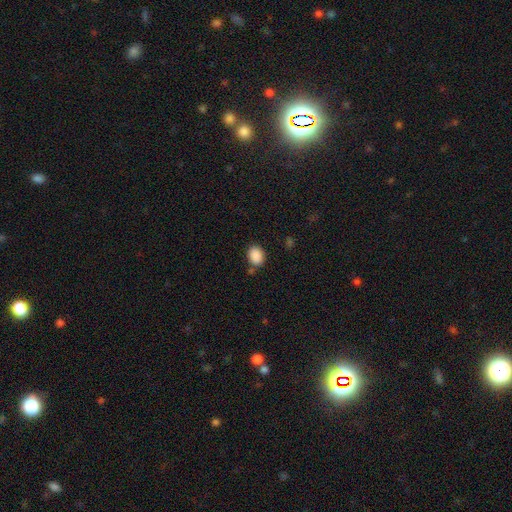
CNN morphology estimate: A smooth galaxy with no disk features (89%) that is in between round and cigar-shaped (63%).

Vote fractions:
- Smooth or featured? smooth: 89% / star or artifact: 8% / featured or disk: 3%
- How rounded? in between: 63% / round: 36% / cigar-shaped: 1%
- Merging? none: 78% / minor disturbance: 13% / merger: 6% / major disturbance: 4%